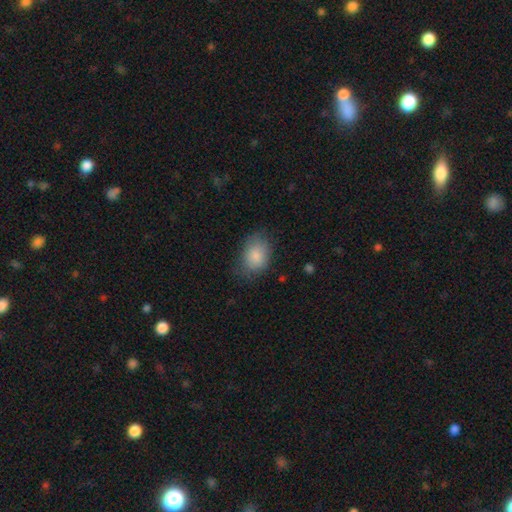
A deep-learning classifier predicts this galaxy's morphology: Overall: smooth (84%). How rounded: in between (73%). Merging: none (68%).